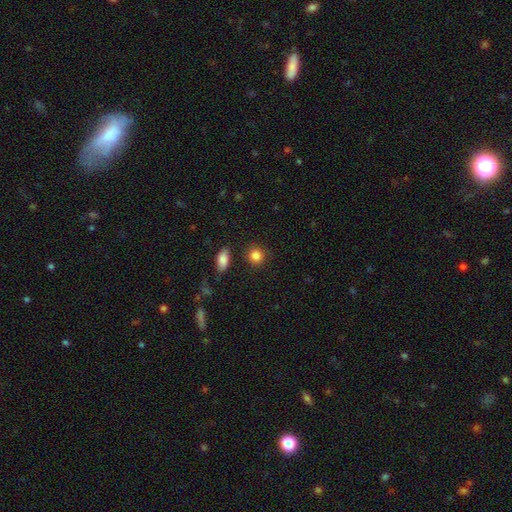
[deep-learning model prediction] smooth 86%, star or artifact 9%, featured or disk 4%. Down the decision tree: how rounded — round (82%); merging — none (85%).